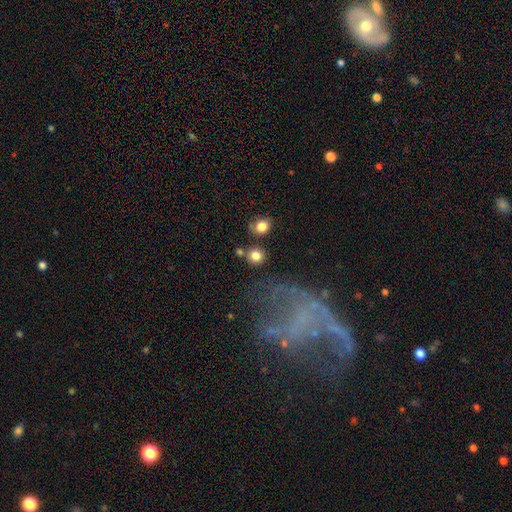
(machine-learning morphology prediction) Smooth or featured: smooth — 82% (star or artifact — 10%)
How rounded: round — 88% (in between — 11%)
Merging: none — 76% (merger — 11%)